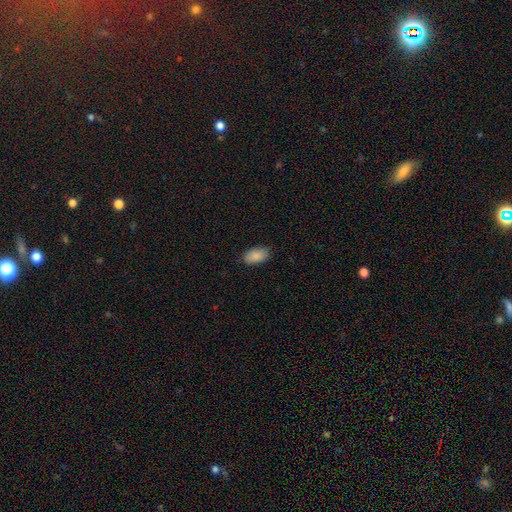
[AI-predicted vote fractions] Smooth or featured?
  - smooth: 89% *
  - star or artifact: 7%
  - featured or disk: 5%
How rounded?
  - in between: 95% *
  - round: 4%
  - cigar-shaped: 2%
Merging?
  - none: 86% *
  - minor disturbance: 10%
  - major disturbance: 2%
  - merger: 1%